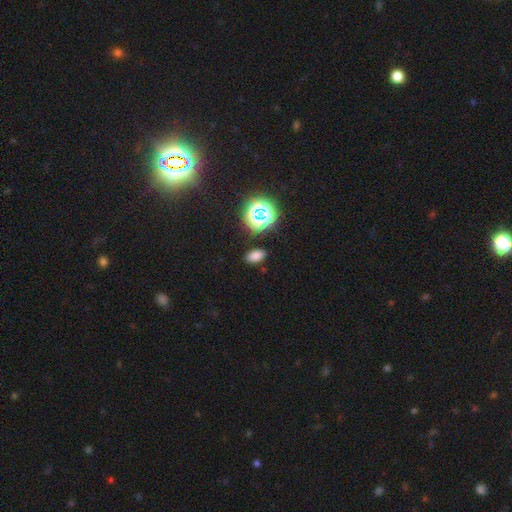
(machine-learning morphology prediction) The model was most divided on "smooth or featured": smooth: 72%, star or artifact: 22%, featured or disk: 6%. More confident: how rounded — in between (88%); merging — none (86%).